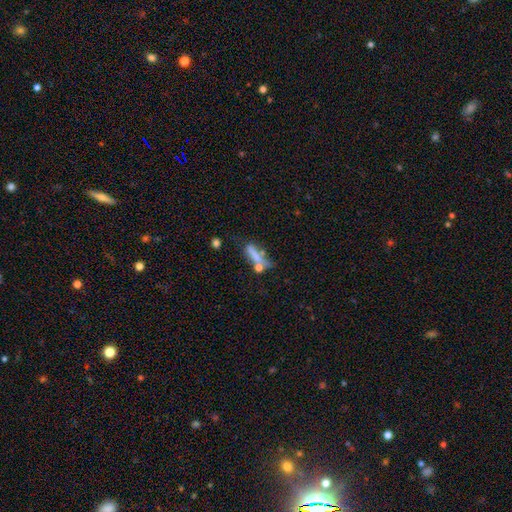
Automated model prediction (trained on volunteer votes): Smooth or featured?
  - smooth: 59% *
  - featured or disk: 29%
  - star or artifact: 12%
How rounded?
  - cigar-shaped: 65% *
  - in between: 30%
  - round: 5%
Merging?
  - none: 34% *
  - merger: 29%
  - major disturbance: 19%
  - minor disturbance: 18%